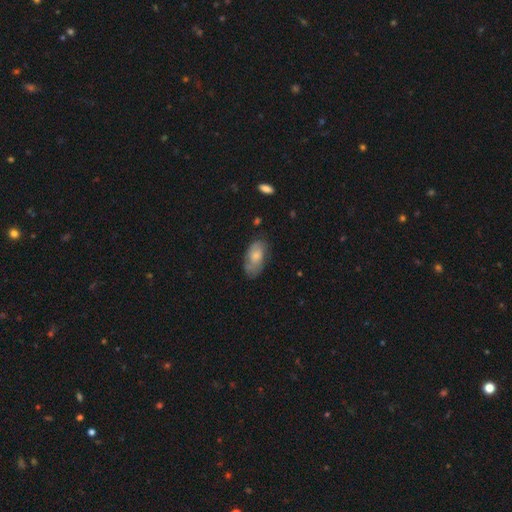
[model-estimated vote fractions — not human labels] The model was most divided on "merging": none: 61%, minor disturbance: 28%, major disturbance: 9%, merger: 2%. More confident: how rounded — in between (92%); smooth or featured — smooth (68%).